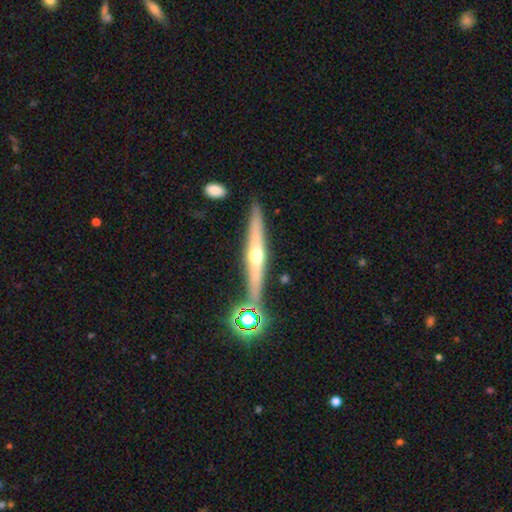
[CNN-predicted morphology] A featured or disk galaxy (68%) viewed edge-on (96%) with a rounded central bulge (91%).

Vote fractions:
- Smooth or featured? featured or disk: 68% / smooth: 23% / star or artifact: 9%
- Edge-on disk? yes: 96% / no: 4%
- Edge-on bulge? rounded: 91% / none: 7% / boxy: 3%
- Merging? none: 85% / minor disturbance: 9% / merger: 5% / major disturbance: 2%